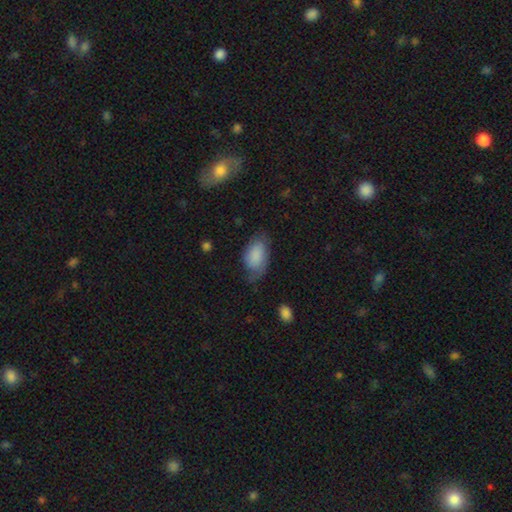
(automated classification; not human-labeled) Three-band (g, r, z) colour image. It shows a smooth galaxy with no disk features (75%) that is in between round and cigar-shaped (93%). Merging: none (54%).